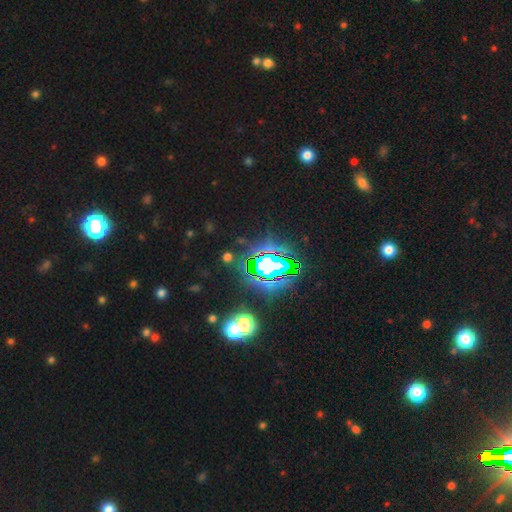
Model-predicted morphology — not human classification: Smooth or featured?
  - star or artifact: 82% *
  - smooth: 10%
  - featured or disk: 8%